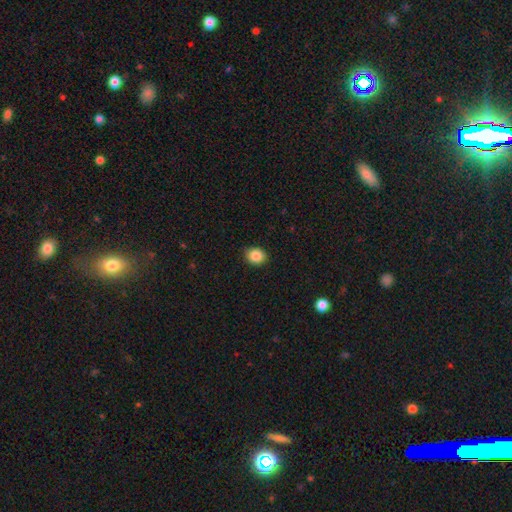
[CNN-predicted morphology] Smooth or featured? smooth (87%)
How rounded? round (67%)
Merging? none (89%)